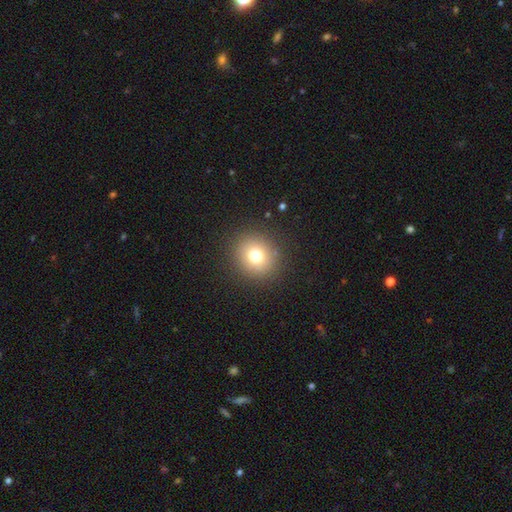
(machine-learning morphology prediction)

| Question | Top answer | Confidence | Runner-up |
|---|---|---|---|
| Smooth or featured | smooth | 75% | star or artifact (14%) |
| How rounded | round | 87% | in between (12%) |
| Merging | none | 89% | minor disturbance (7%) |